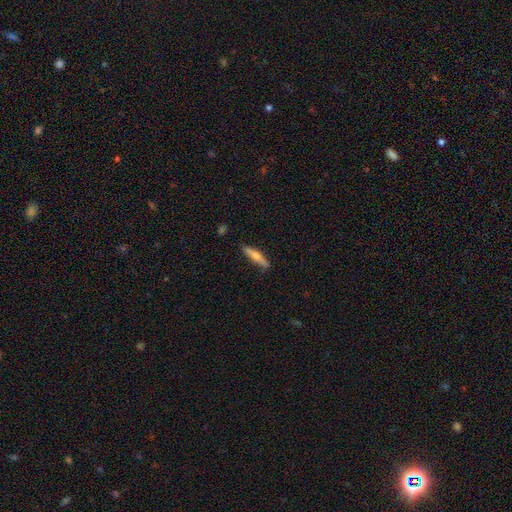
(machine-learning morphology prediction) Smooth or featured: featured or disk — 47% (tied with smooth — 47%)
Merging: none — 84% (minor disturbance — 12%)